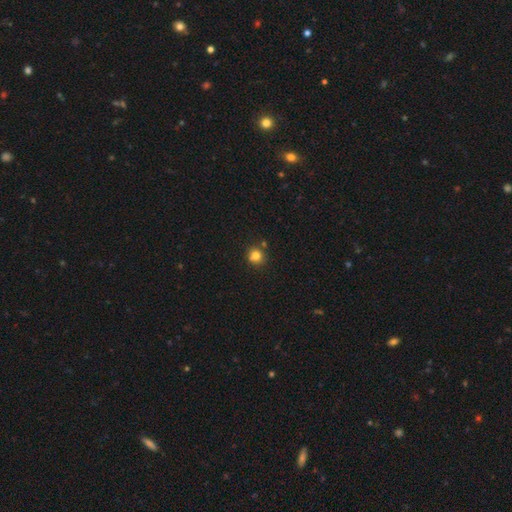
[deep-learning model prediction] The model was most divided on "merging": none: 77%, minor disturbance: 11%, merger: 9%, major disturbance: 3%. More confident: how rounded — round (89%); smooth or featured — smooth (80%).